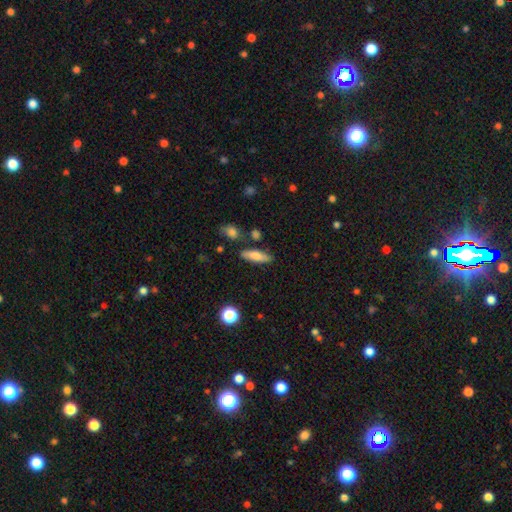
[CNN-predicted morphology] A smooth galaxy with no disk features (73%) that is cigar-shaped (49%).

Vote fractions:
- Smooth or featured? smooth: 73% / featured or disk: 19% / star or artifact: 8%
- How rounded? cigar-shaped: 49% / in between: 48% / round: 3%
- Merging? none: 79% / minor disturbance: 12% / merger: 5% / major disturbance: 3%